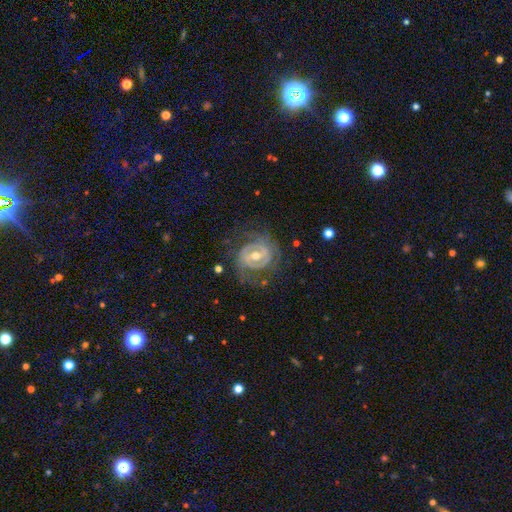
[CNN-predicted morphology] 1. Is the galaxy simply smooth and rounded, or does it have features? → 83% featured or disk, 11% smooth, 5% star or artifact.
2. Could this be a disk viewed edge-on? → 96% no, 4% yes.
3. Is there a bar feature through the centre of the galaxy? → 42% weak, 32% strong, 25% no.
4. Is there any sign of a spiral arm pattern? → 76% yes, 24% no.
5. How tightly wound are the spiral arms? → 57% tight, 30% medium, 13% loose.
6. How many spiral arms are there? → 44% 2, 32% can't tell, 11% 3, 6% 1, 4% 4, 3% more than 4.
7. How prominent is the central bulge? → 69% moderate, 26% small, 3% large, 1% none, 1% dominant.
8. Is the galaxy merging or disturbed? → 66% none, 18% minor disturbance, 15% major disturbance, 1% merger.